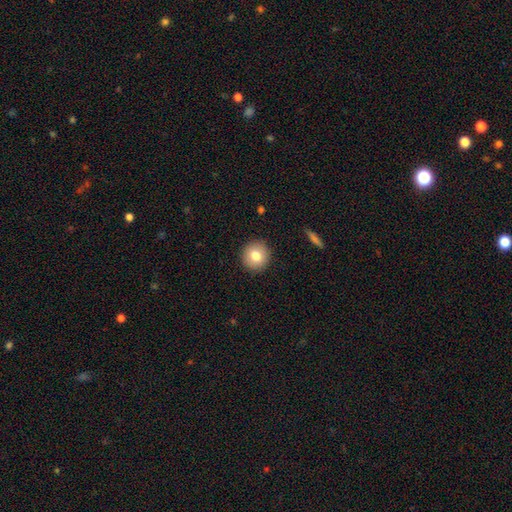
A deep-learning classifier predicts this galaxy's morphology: Smooth or featured? Predicted: smooth (p=0.79). How rounded? Predicted: round (p=0.92). Merging? Predicted: none (p=0.92).